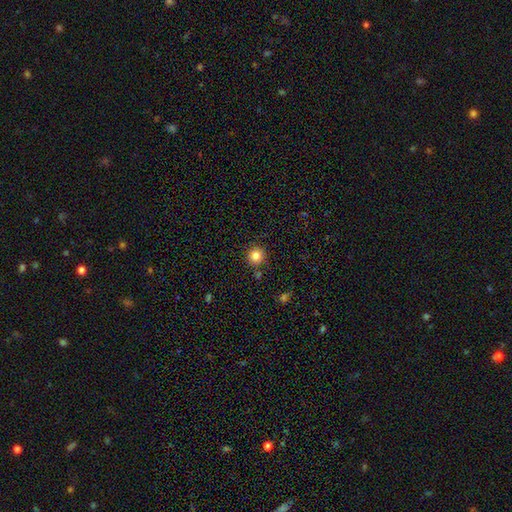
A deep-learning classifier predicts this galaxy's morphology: A smooth galaxy with no disk features (83%) that is round (93%).

Vote fractions:
- Smooth or featured? smooth: 83% / star or artifact: 11% / featured or disk: 6%
- How rounded? round: 93% / in between: 6% / cigar-shaped: 1%
- Merging? none: 86% / minor disturbance: 7% / merger: 4% / major disturbance: 2%